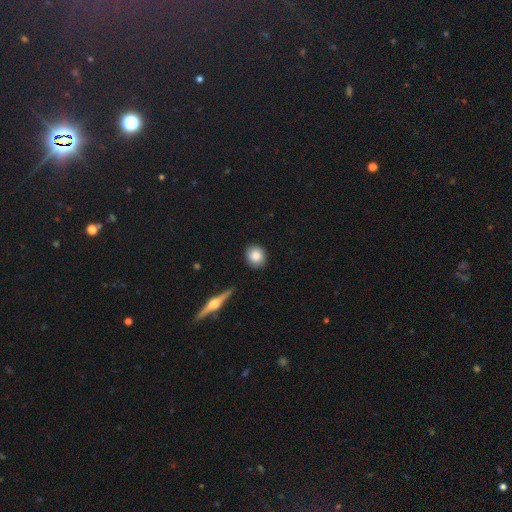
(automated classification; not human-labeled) Morphology: type=smooth (83%); roundness=round (81%); merging=none (88%).